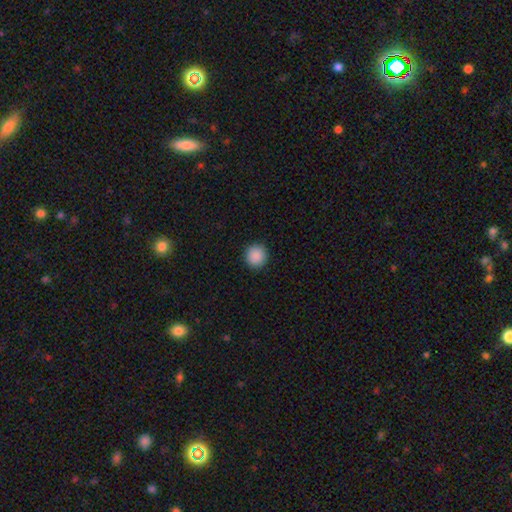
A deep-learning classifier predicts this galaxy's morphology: Overall: smooth (90%). How rounded: round (95%). Merging: none (93%).